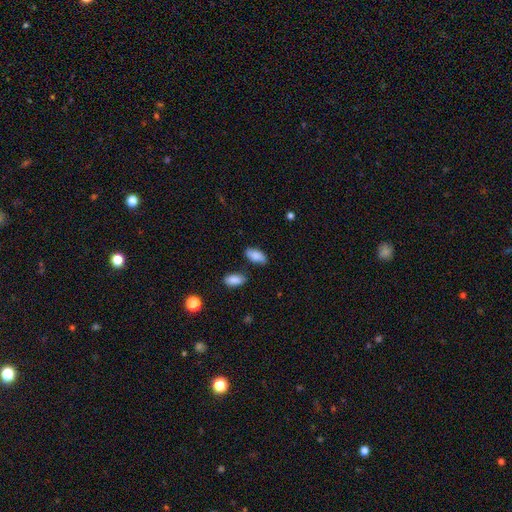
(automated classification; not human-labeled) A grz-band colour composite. It shows a smooth galaxy with no disk features (76%) that is in between round and cigar-shaped (90%). Merging: none (68%).